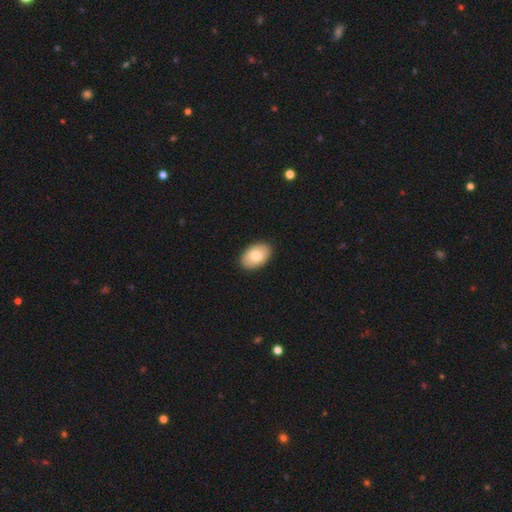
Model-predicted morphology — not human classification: type=smooth (81%); roundness=in between (92%); merging=none (90%).